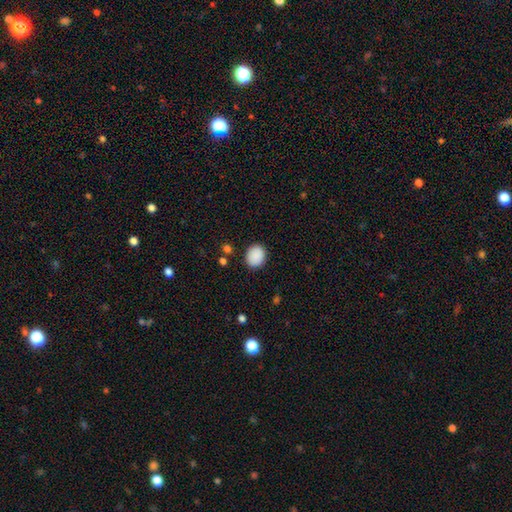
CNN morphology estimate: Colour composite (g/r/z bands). It shows a smooth galaxy with no disk features (89%) that is round (63%). Merging: none (87%).